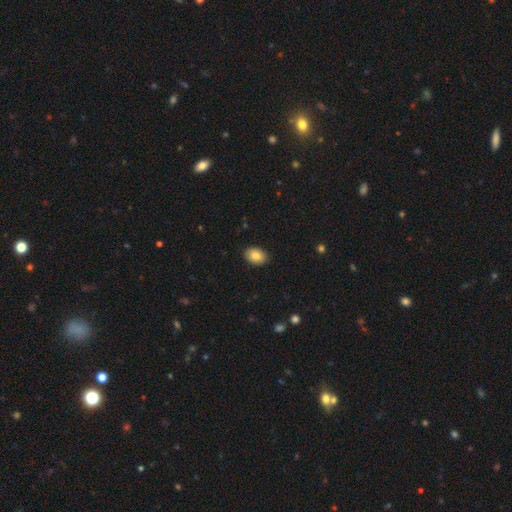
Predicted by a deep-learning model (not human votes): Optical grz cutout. It shows a smooth galaxy with no disk features (85%) that is in between round and cigar-shaped (84%). Merging: none (89%).